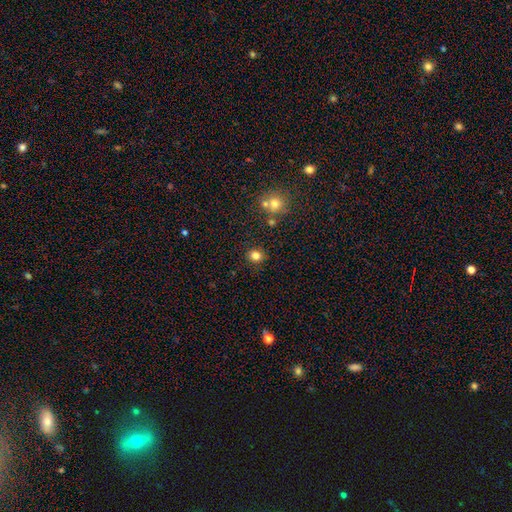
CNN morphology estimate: This appears to be a smooth galaxy with no disk features (82%) that is round (78%). Merging: none (87%).